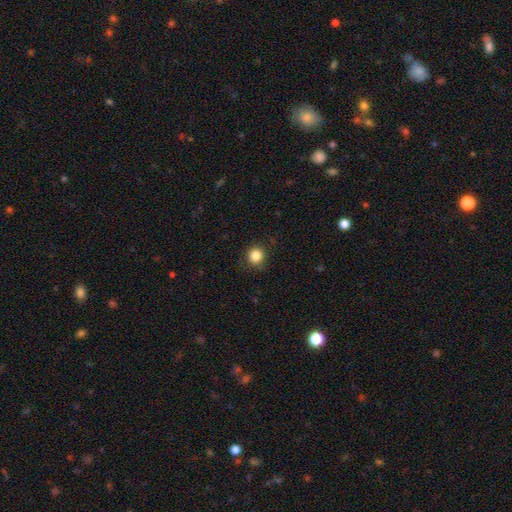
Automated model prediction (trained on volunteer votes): Smooth or featured? smooth (85%)
How rounded? round (91%)
Merging? none (87%)